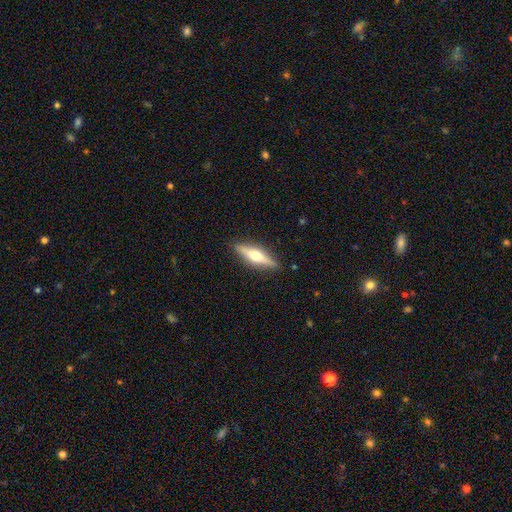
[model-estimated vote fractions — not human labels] Smooth or featured?
  - featured or disk: 57% *
  - smooth: 37%
  - star or artifact: 6%
Edge-on disk?
  - yes: 95% *
  - no: 5%
Edge-on bulge?
  - rounded: 93% *
  - boxy: 4%
  - none: 3%
Merging?
  - none: 89% *
  - minor disturbance: 9%
  - major disturbance: 2%
  - merger: 1%